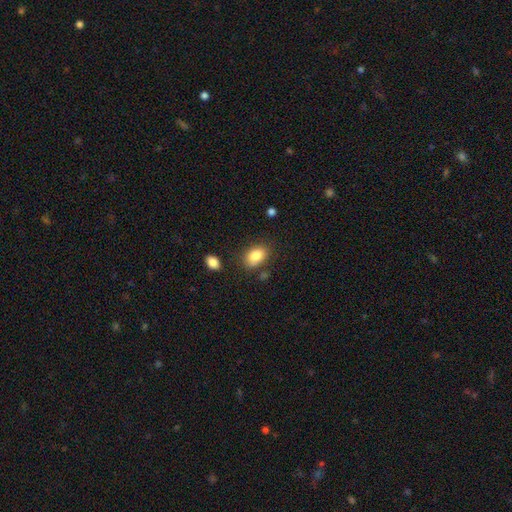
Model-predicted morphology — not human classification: The model was most divided on "merging": none: 76%, minor disturbance: 15%, merger: 5%, major disturbance: 4%. More confident: smooth or featured — smooth (85%); how rounded — in between (84%).